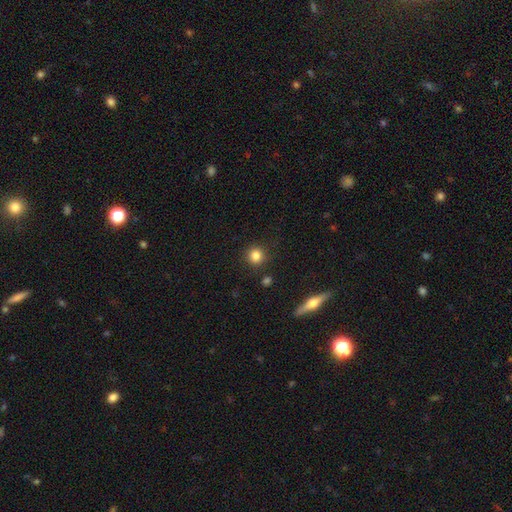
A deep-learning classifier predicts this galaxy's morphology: Smooth or featured? Predicted: smooth (p=0.83). How rounded? Predicted: round (p=0.92). Merging? Predicted: none (p=0.87).